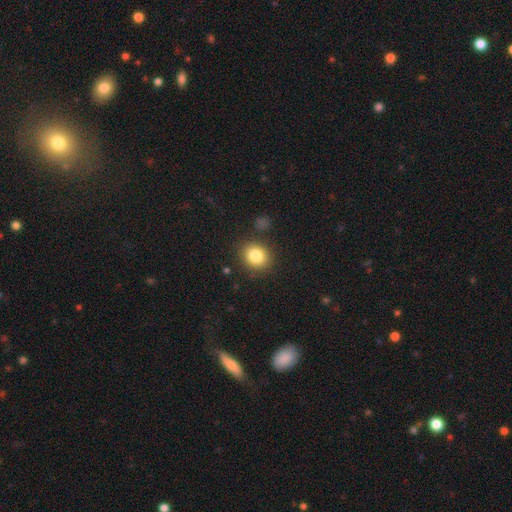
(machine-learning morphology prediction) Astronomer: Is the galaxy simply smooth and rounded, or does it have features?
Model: smooth — 83%.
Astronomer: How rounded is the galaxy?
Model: round — 71%.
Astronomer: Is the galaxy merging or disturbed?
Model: none — 85%.